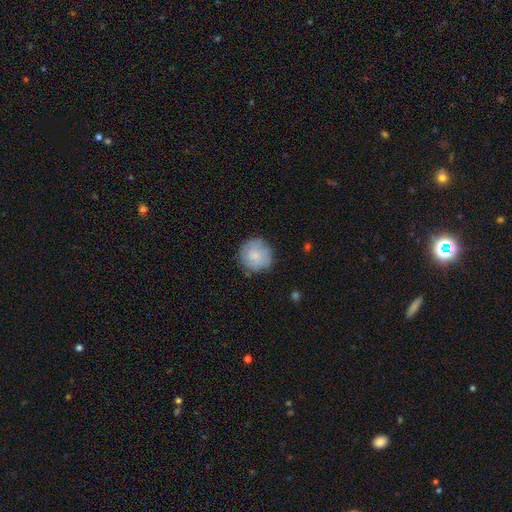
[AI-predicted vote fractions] Smooth or featured: smooth — 74% (featured or disk — 19%)
How rounded: round — 92% (in between — 7%)
Merging: none — 77% (minor disturbance — 17%)